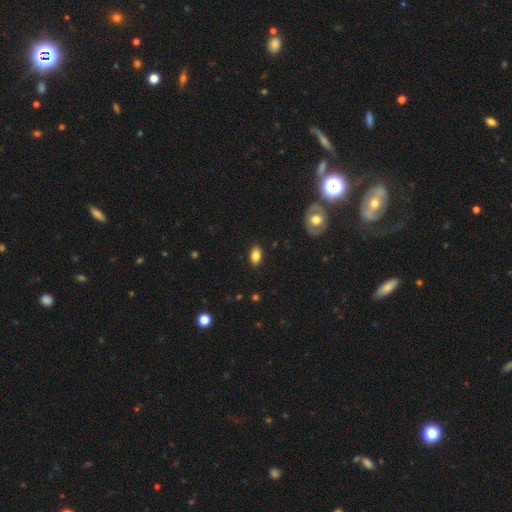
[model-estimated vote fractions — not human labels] This appears to be a smooth galaxy with no disk features (83%) that is in between round and cigar-shaped (89%). Merging: none (88%).